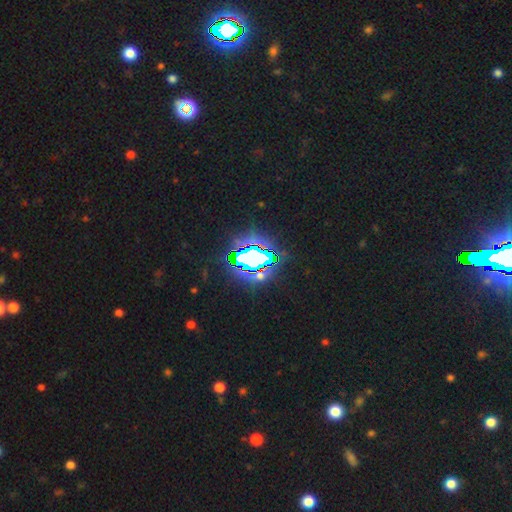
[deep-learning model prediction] smooth_or_featured: star or artifact (p=0.74) [alt: smooth p=0.14]